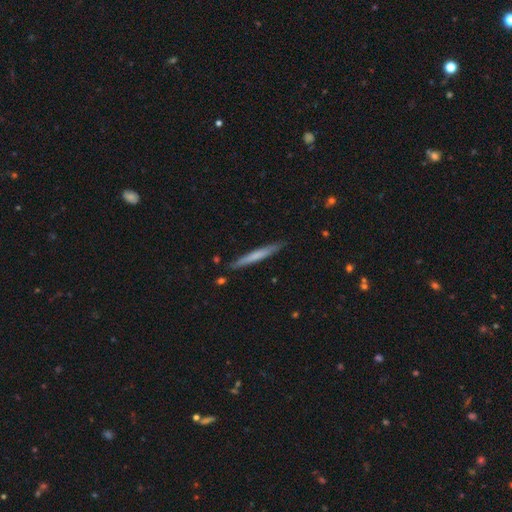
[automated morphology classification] type=smooth (60%); roundness=cigar-shaped (96%); merging=none (88%).